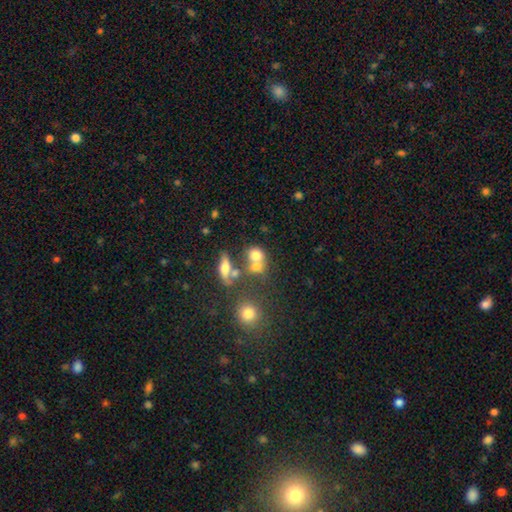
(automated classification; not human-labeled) Morphology: type=smooth (69%); roundness=round (62%); merging=merger (46%).